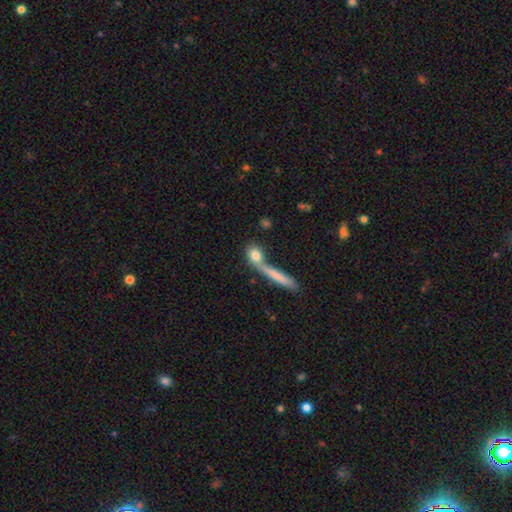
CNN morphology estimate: Smooth or featured: smooth — 76% (featured or disk — 16%)
How rounded: round — 44% (in between — 31%)
Merging: none — 48% (merger — 33%)